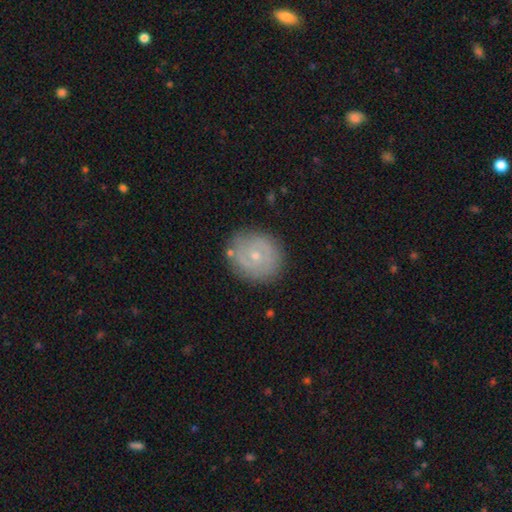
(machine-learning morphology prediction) This appears to be a featured or disk galaxy (60%) with no bar (71%), spiral arms (68%) and a small central bulge (63%). Merging: none (81%).